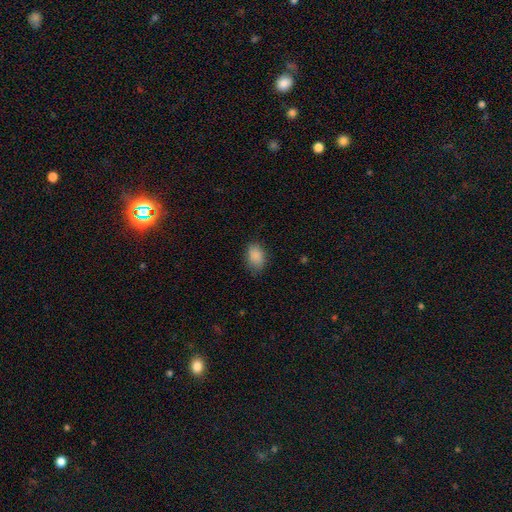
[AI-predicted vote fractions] Smooth or featured? Predicted: smooth (p=0.88). How rounded? Predicted: in between (p=0.84). Merging? Predicted: none (p=0.77).